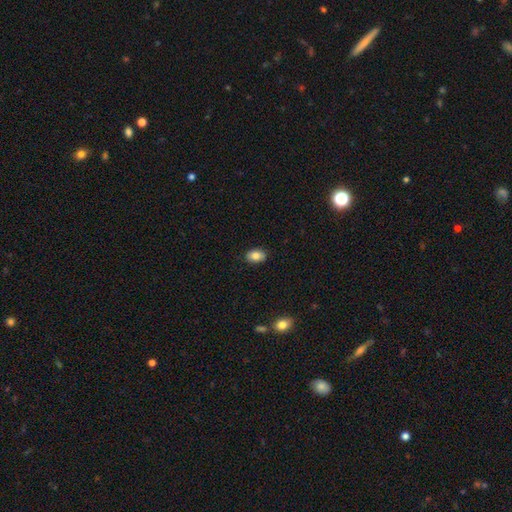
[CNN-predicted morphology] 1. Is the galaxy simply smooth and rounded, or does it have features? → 84% smooth, 8% featured or disk, 8% star or artifact.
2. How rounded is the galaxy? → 87% in between, 12% round, 1% cigar-shaped.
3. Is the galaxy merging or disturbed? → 87% none, 10% minor disturbance, 2% major disturbance, 1% merger.